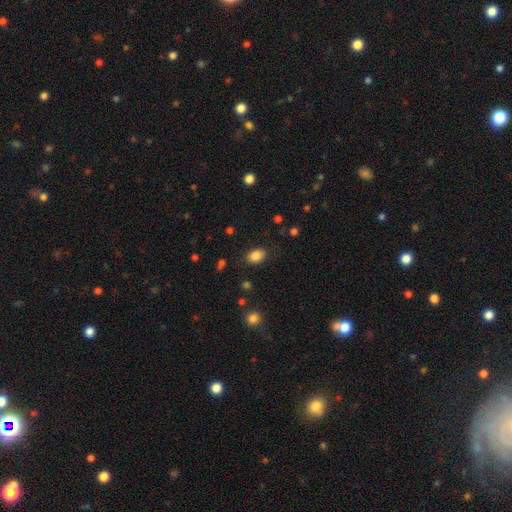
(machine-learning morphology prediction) Smooth or featured?
  - smooth: 84% *
  - star or artifact: 9%
  - featured or disk: 6%
How rounded?
  - in between: 76% *
  - round: 23%
  - cigar-shaped: 1%
Merging?
  - none: 84% *
  - minor disturbance: 11%
  - major disturbance: 3%
  - merger: 1%